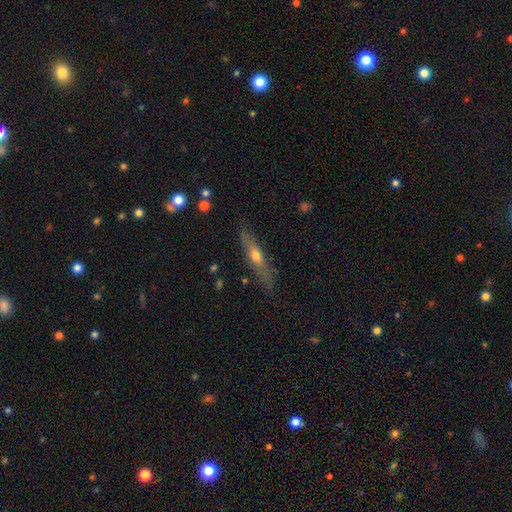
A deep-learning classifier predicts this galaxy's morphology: Overall: featured or disk (56%; smooth 37%). Edge-on disk: yes (87%). Merging: none (82%).